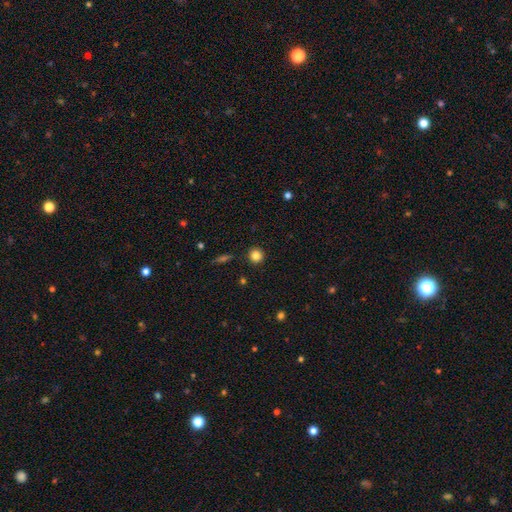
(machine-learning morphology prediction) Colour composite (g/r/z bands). It shows a smooth galaxy with no disk features (84%) that is round (94%). Merging: none (91%).